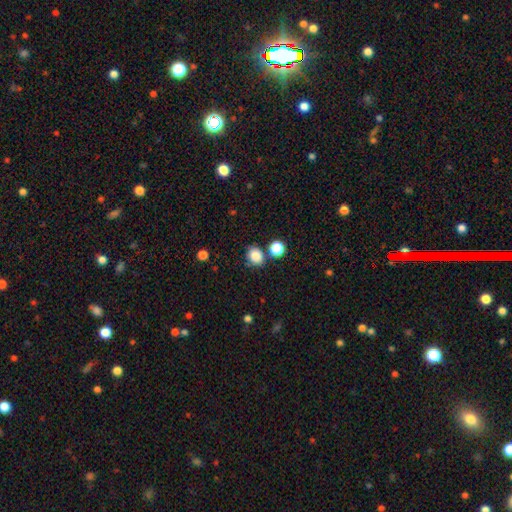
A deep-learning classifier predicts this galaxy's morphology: Smooth or featured? smooth (85%)
How rounded? round (66%)
Merging? none (76%)